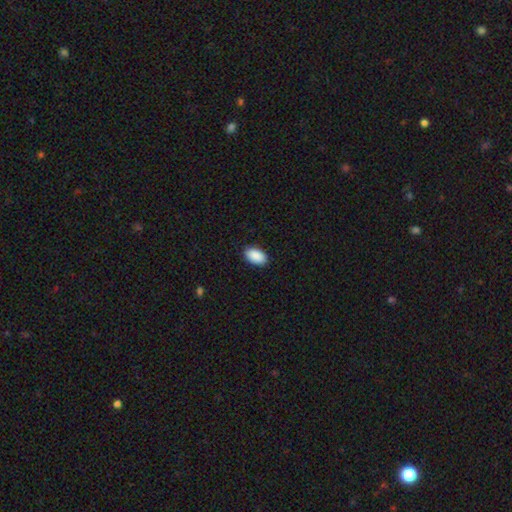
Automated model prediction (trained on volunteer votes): smooth_or_featured: smooth (p=0.91) [alt: star or artifact p=0.06]
how_rounded: in between (p=0.94) [alt: round p=0.04]
merging: none (p=0.89) [alt: minor disturbance p=0.08]